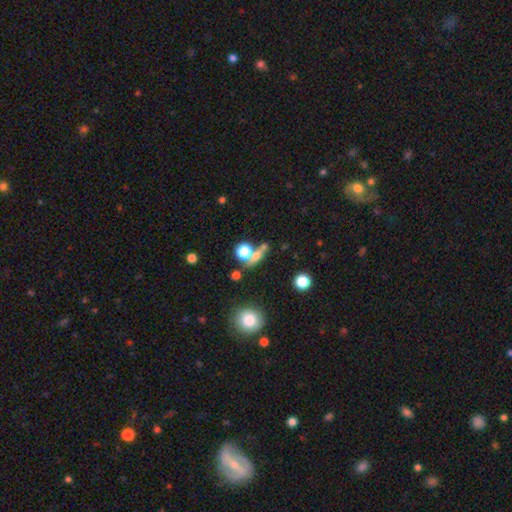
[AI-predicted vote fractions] This is possibly a smooth galaxy (57%). How rounded: marginally round (42%). Merging: possibly none (56%).